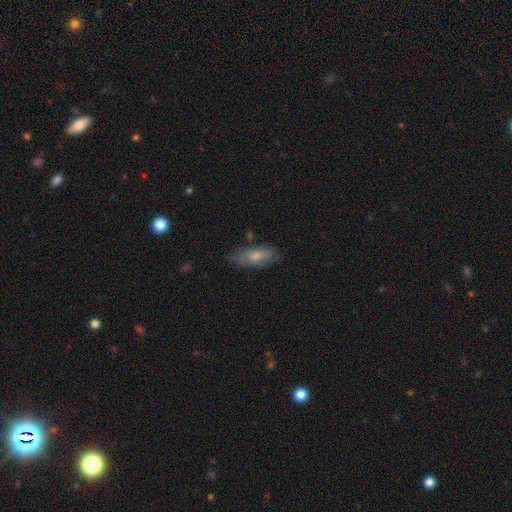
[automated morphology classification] smooth-or-featured: smooth: 56% | featured or disk: 34% | star or artifact: 9%
  how-rounded: in between: 69% | cigar-shaped: 28% | round: 3%
  merging: none: 75% | minor disturbance: 19% | major disturbance: 4% | merger: 2%